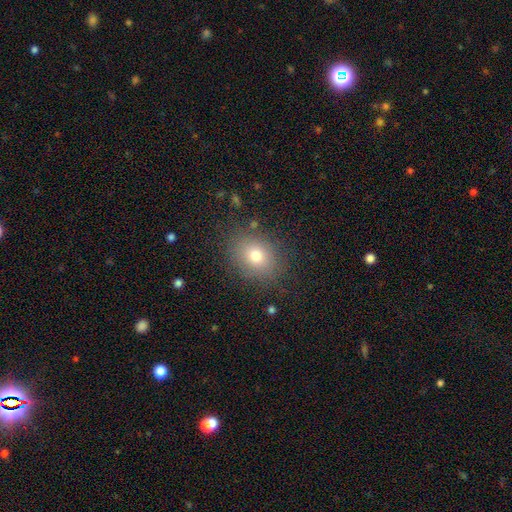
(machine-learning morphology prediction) Q: Smooth or featured?
A: smooth (74%); runner-up: star or artifact (14%)
Q: How rounded?
A: round (54%); runner-up: in between (45%)
Q: Merging?
A: none (84%); runner-up: minor disturbance (11%)